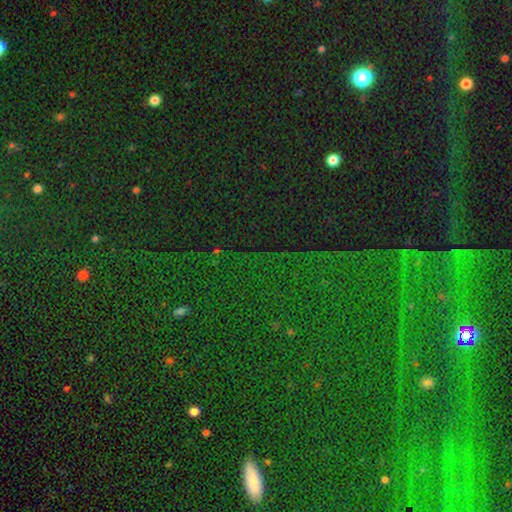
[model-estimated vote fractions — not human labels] star or artifact 82%, smooth 9%, featured or disk 8%.